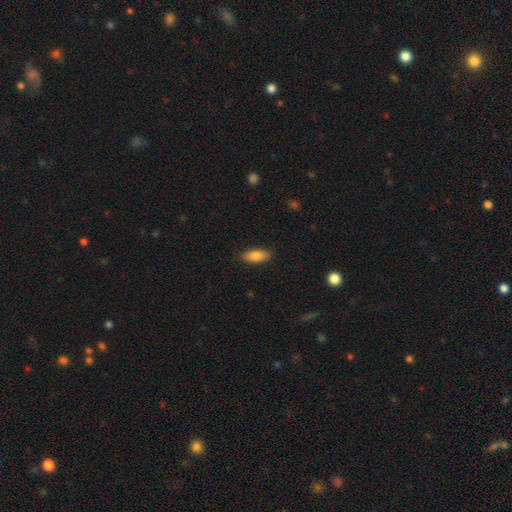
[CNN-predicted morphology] smooth-or-featured: smooth: 84% | featured or disk: 10% | star or artifact: 7%
  how-rounded: in between: 78% | cigar-shaped: 20% | round: 2%
  merging: none: 88% | minor disturbance: 9% | major disturbance: 2% | merger: 1%